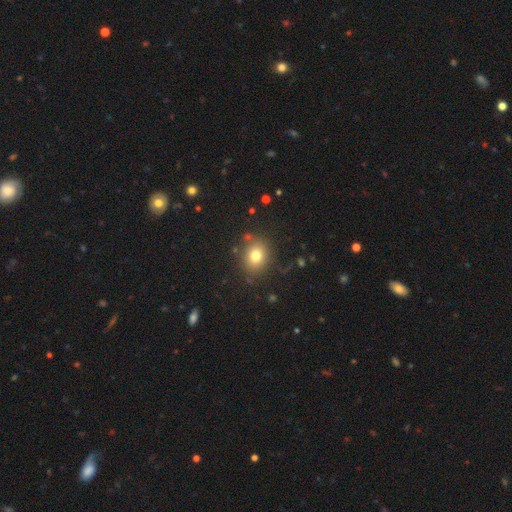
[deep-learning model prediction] This appears to be a smooth galaxy with no disk features (77%) that is round (63%). Merging: none (84%).